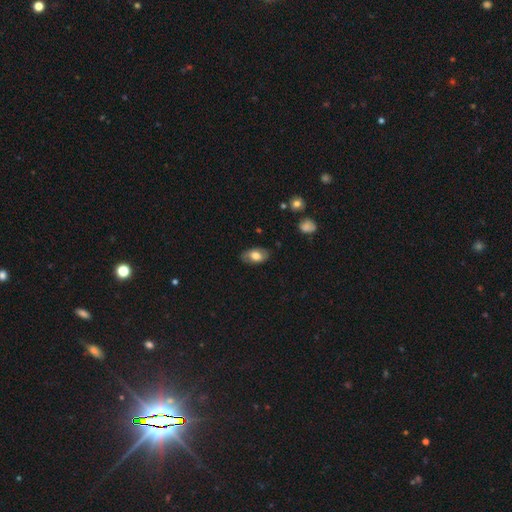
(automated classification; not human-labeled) Q: Smooth or featured?
A: smooth (65%); runner-up: featured or disk (28%)
Q: How rounded?
A: in between (92%); runner-up: round (6%)
Q: Merging?
A: none (80%); runner-up: minor disturbance (16%)